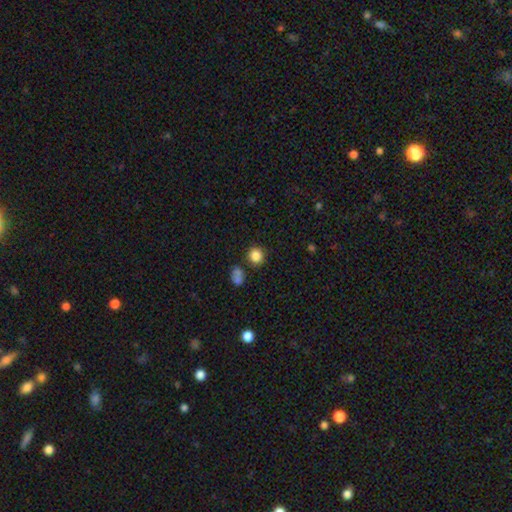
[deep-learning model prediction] A smooth galaxy with no disk features (84%) that is round (89%). Merging: none (79%).